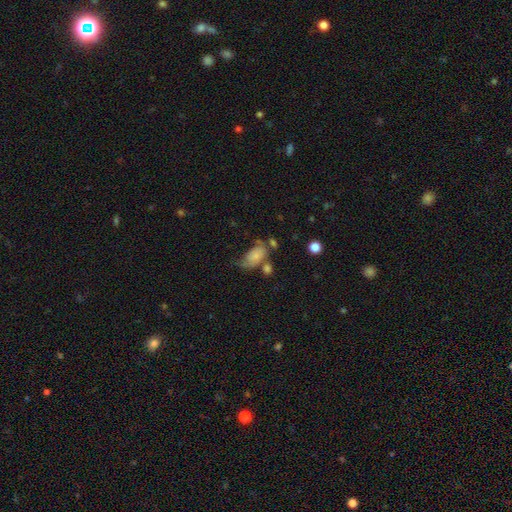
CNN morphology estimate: A smooth galaxy with no disk features (68%) that is in between round and cigar-shaped (90%).

Vote fractions:
- Smooth or featured? smooth: 68% / featured or disk: 22% / star or artifact: 9%
- How rounded? in between: 90% / round: 7% / cigar-shaped: 2%
- Merging? none: 29% / minor disturbance: 28% / major disturbance: 25% / merger: 18%